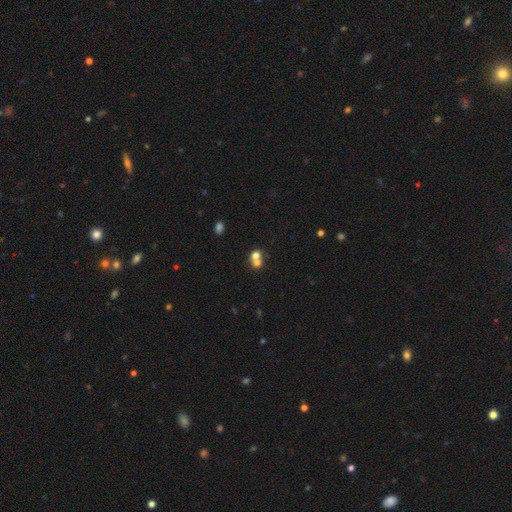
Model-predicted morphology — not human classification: Smooth or featured? Predicted: smooth (p=0.67). How rounded? Predicted: round (p=0.74). Merging? Predicted: merger (p=0.62).